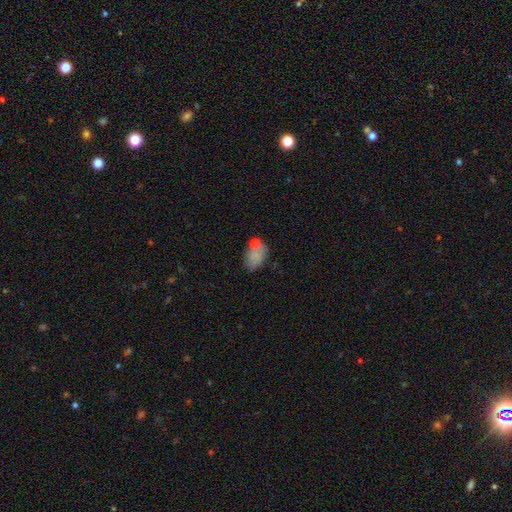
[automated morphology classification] The model was most divided on "merging": none: 47%, minor disturbance: 23%, merger: 18%, major disturbance: 12%. More confident: how rounded — in between (81%); smooth or featured — smooth (72%).